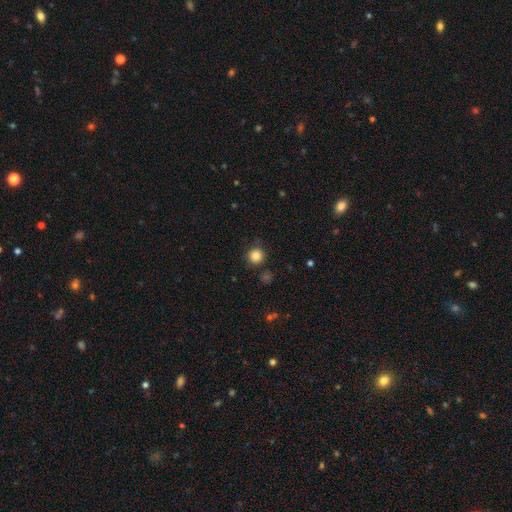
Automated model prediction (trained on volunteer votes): Overall: smooth (84%). How rounded: round (94%). Merging: none (86%).